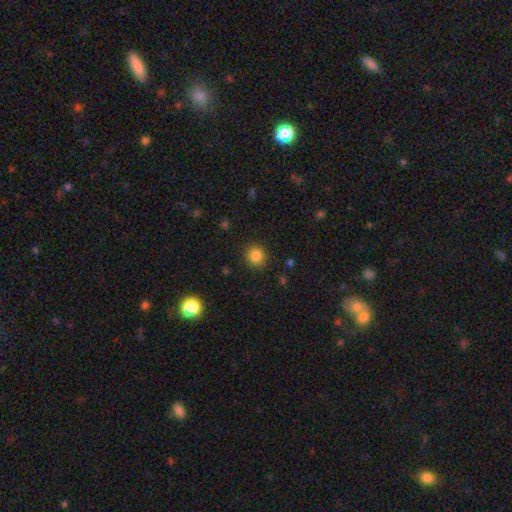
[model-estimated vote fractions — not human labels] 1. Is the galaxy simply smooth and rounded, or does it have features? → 84% smooth, 11% star or artifact, 5% featured or disk.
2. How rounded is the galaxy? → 89% round, 10% in between, 1% cigar-shaped.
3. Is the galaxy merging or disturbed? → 90% none, 6% minor disturbance, 2% major disturbance, 1% merger.